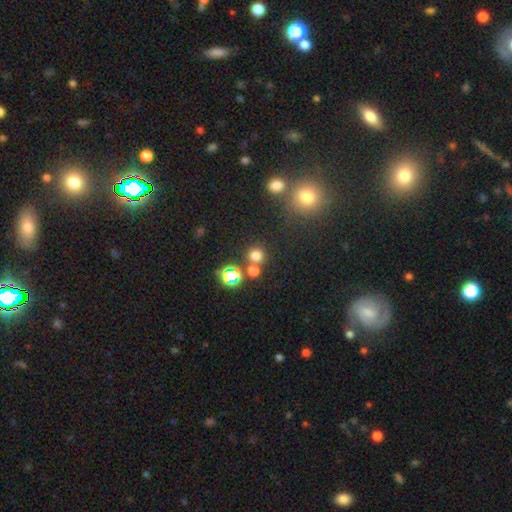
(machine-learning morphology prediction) type=smooth (68%); roundness=round (89%); merging=none (69%).